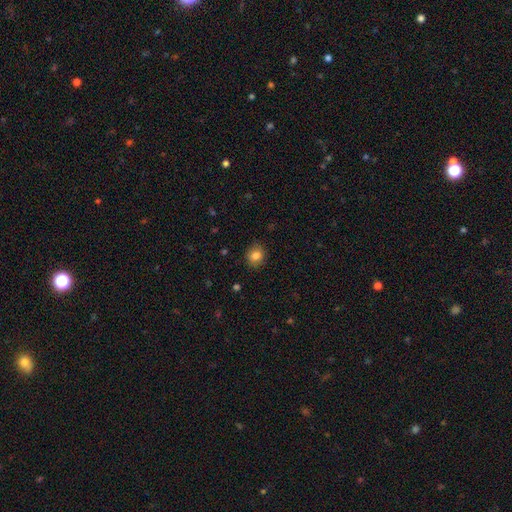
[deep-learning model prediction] Q: Smooth or featured?
A: smooth (84%); runner-up: star or artifact (10%)
Q: How rounded?
A: round (74%); runner-up: in between (25%)
Q: Merging?
A: none (88%); runner-up: minor disturbance (9%)